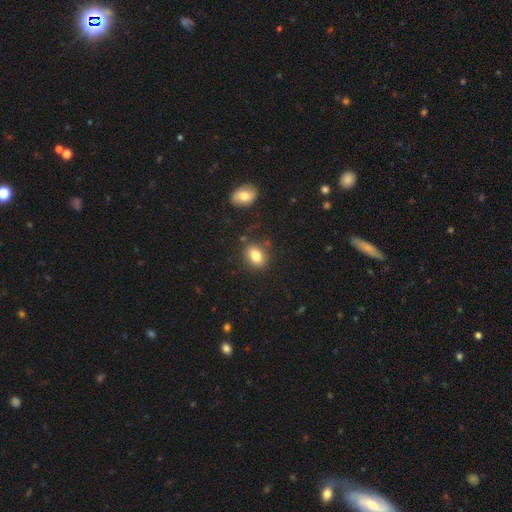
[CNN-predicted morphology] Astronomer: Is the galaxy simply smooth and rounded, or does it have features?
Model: smooth — 82%.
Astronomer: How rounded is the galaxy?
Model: in between — 69%.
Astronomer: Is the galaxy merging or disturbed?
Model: none — 81%.